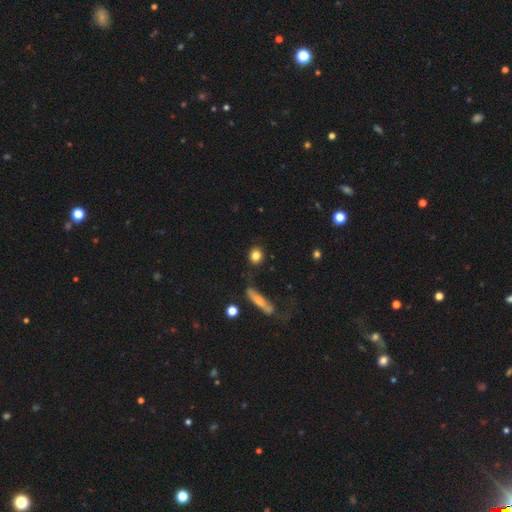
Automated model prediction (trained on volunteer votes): Overall: smooth (82%). How rounded: round (80%). Merging: none (84%).